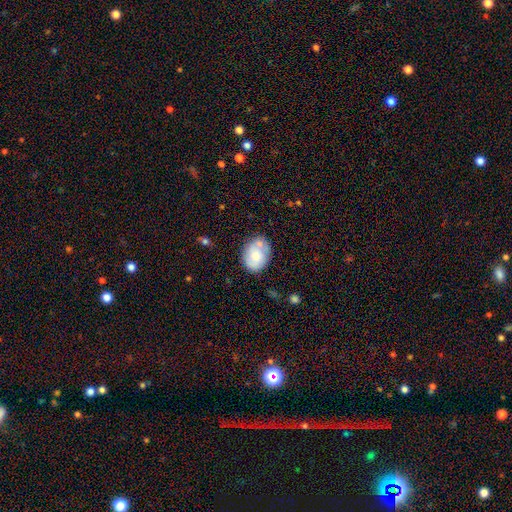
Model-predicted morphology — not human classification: smooth 62%, featured or disk 30%, star or artifact 7%. Down the decision tree: how rounded — in between (65%); merging — none (65%).